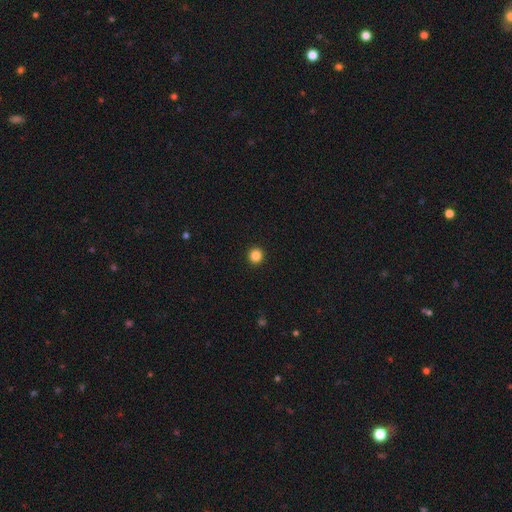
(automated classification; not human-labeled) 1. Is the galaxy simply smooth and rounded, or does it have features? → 86% smooth, 11% star or artifact, 3% featured or disk.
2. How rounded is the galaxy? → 94% round, 5% in between, 1% cigar-shaped.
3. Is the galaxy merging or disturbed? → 94% none, 4% minor disturbance, 1% major disturbance, 1% merger.